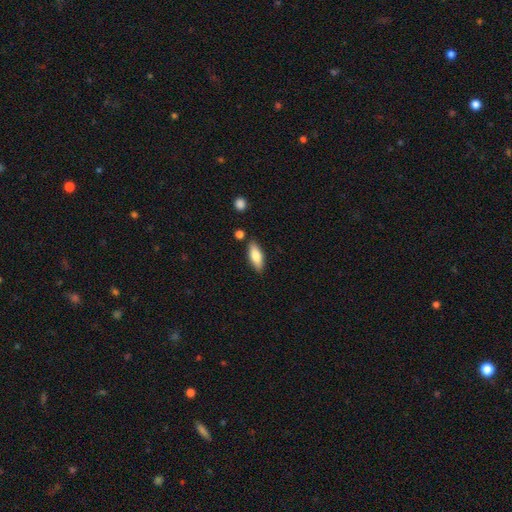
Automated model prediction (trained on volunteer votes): Q: Smooth or featured?
A: smooth (78%); runner-up: featured or disk (15%)
Q: How rounded?
A: in between (73%); runner-up: cigar-shaped (25%)
Q: Merging?
A: none (82%); runner-up: minor disturbance (12%)